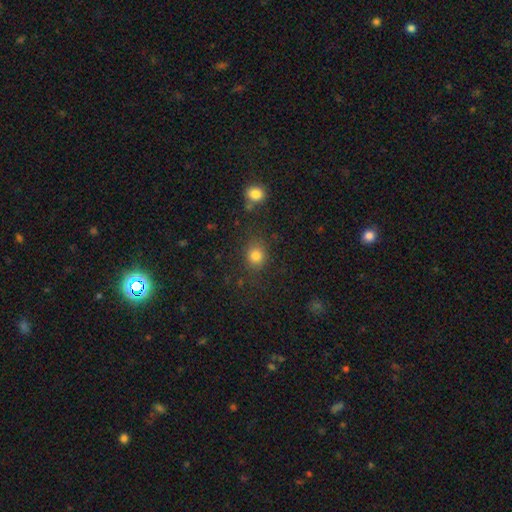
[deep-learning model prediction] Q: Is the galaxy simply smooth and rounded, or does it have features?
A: smooth — 82%.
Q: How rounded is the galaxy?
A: round — 73%.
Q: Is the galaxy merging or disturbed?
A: none — 79%.